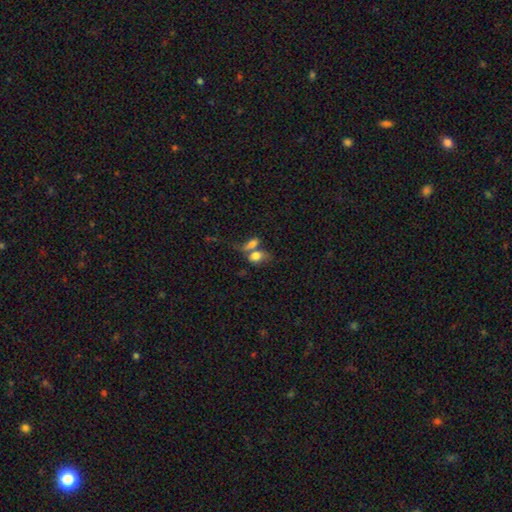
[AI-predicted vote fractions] This is likely a smooth galaxy (77%). How rounded: clearly in between (81%). Merging: possibly merger (58%).